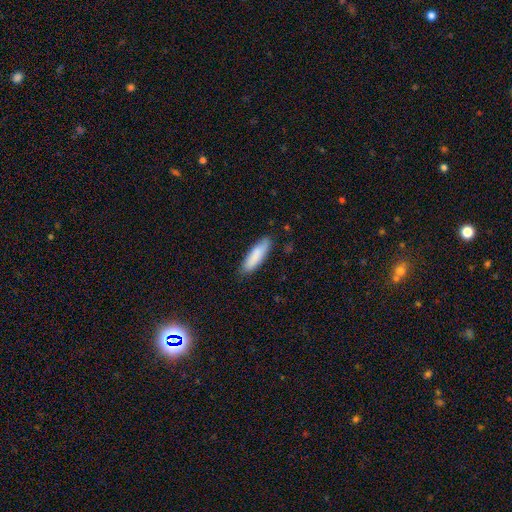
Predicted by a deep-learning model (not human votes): A smooth galaxy with no disk features (85%) that is cigar-shaped (57%). Merging: none (81%).